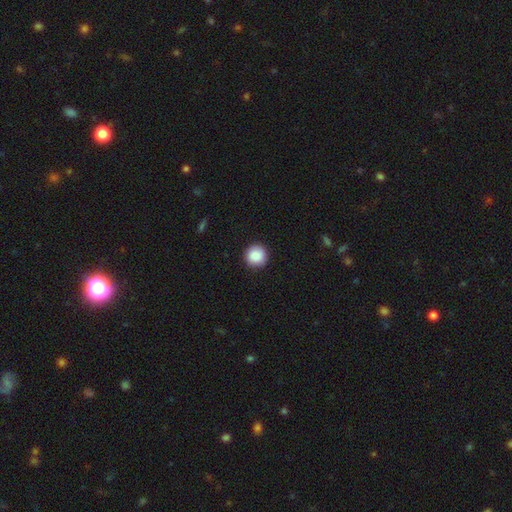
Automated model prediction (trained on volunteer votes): A smooth galaxy with no disk features (89%) that is round (95%).

Vote fractions:
- Smooth or featured? smooth: 89% / star or artifact: 8% / featured or disk: 3%
- How rounded? round: 95% / in between: 4% / cigar-shaped: 1%
- Merging? none: 91% / minor disturbance: 6% / major disturbance: 2% / merger: 1%